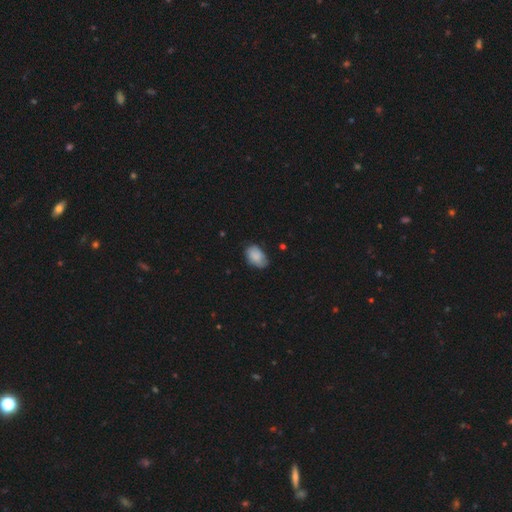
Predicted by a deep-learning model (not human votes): Smooth or featured: smooth — 82% (featured or disk — 10%)
How rounded: in between — 89% (round — 10%)
Merging: none — 65% (minor disturbance — 29%)